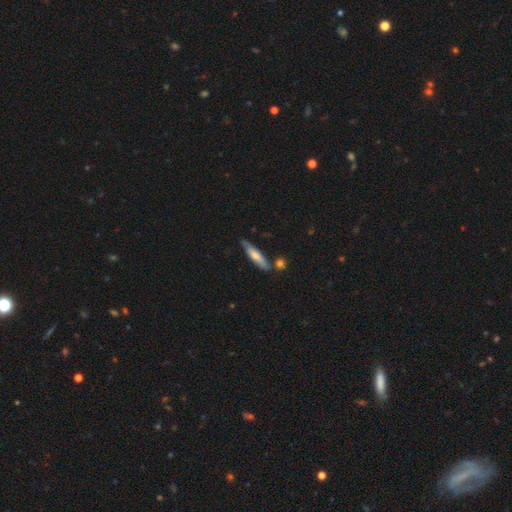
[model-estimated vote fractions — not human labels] Smooth or featured? smooth (62%)
How rounded? cigar-shaped (80%)
Merging? none (74%)